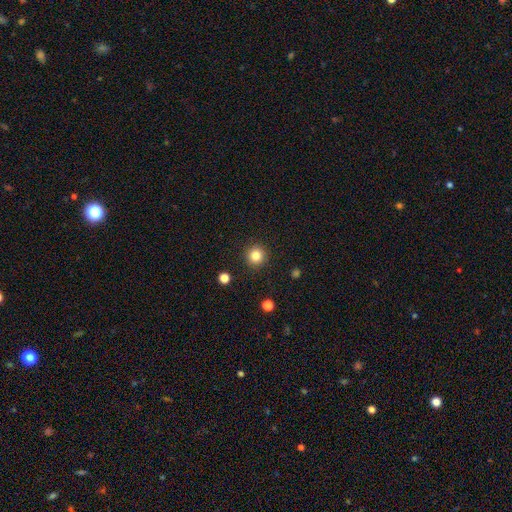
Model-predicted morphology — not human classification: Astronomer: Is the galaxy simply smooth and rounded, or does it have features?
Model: smooth — 83%.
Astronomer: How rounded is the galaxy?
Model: round — 95%.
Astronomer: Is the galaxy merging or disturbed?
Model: none — 92%.